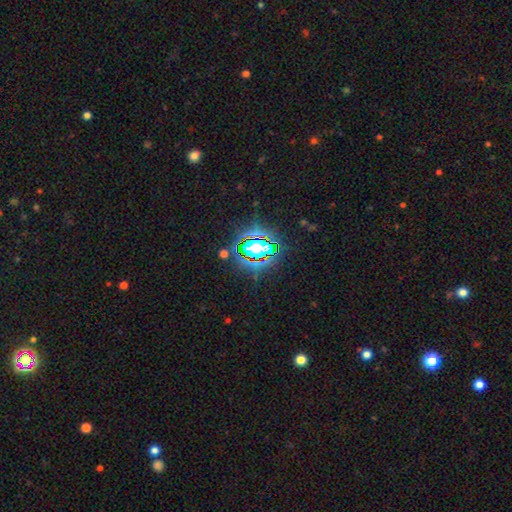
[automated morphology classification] A star or artifact, not a galaxy (78%).